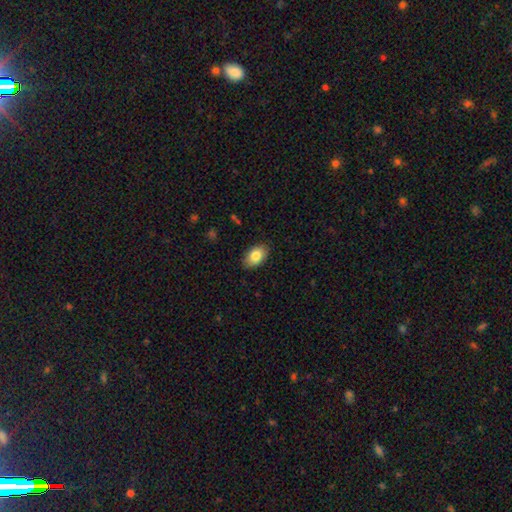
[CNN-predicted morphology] This appears to be a smooth galaxy with no disk features (84%) that is in between round and cigar-shaped (90%). Merging: none (86%).